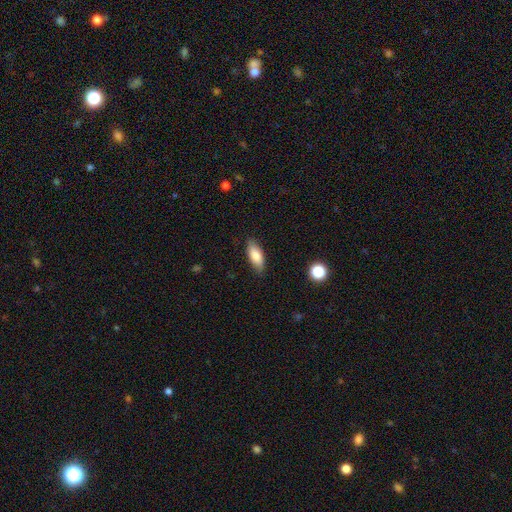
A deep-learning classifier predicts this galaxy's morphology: Smooth or featured? smooth (82%)
How rounded? in between (80%)
Merging? none (84%)